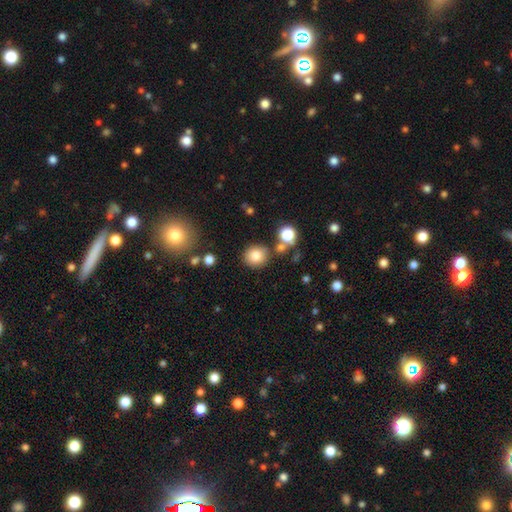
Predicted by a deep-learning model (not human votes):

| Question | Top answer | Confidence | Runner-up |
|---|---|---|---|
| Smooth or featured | smooth | 81% | star or artifact (12%) |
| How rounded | round | 87% | in between (12%) |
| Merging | none | 79% | minor disturbance (10%) |